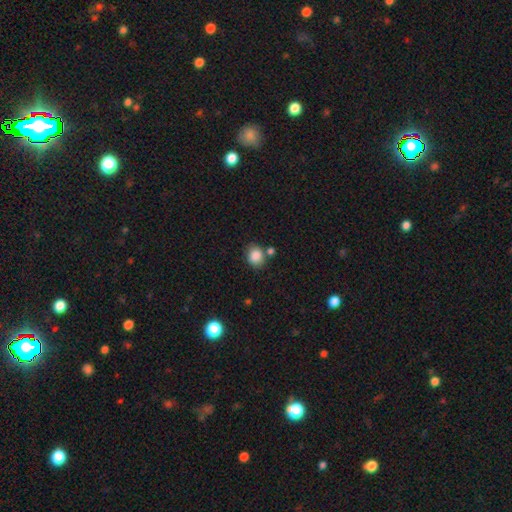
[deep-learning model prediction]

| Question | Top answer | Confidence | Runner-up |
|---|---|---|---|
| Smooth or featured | smooth | 86% | star or artifact (9%) |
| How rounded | round | 68% | in between (31%) |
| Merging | none | 71% | merger (13%) |